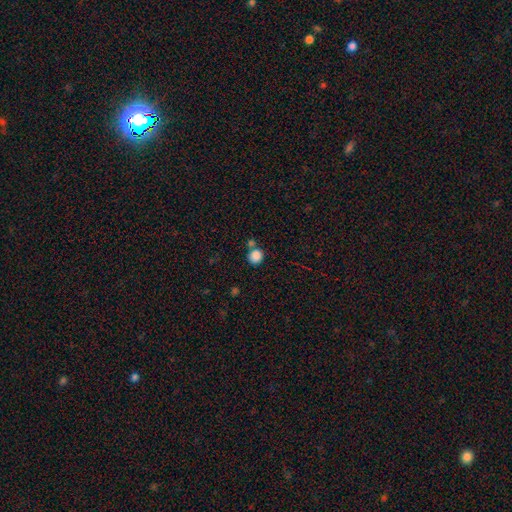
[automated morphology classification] Overall: smooth (85%). How rounded: round (86%). Merging: none (66%).